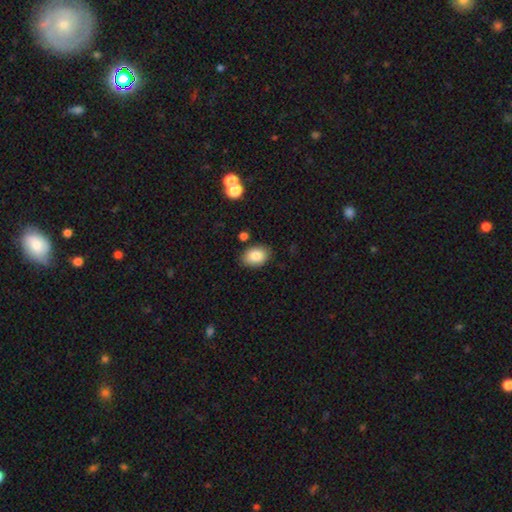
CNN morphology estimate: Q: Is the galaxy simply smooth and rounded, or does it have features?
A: smooth — 85%.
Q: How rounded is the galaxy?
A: in between — 81%.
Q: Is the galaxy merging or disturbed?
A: none — 83%.